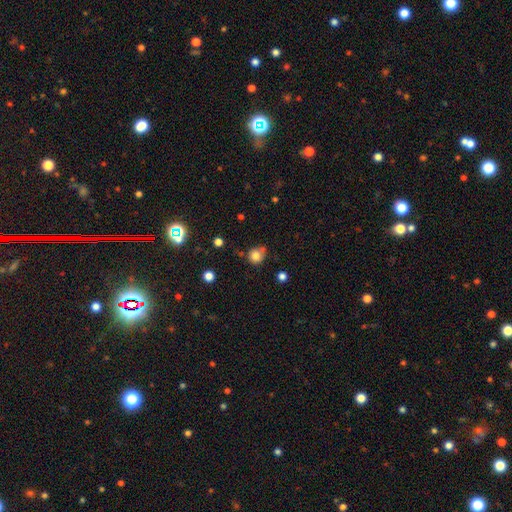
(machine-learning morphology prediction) A smooth galaxy with no disk features (80%) that is round (86%). Merging: none (61%).